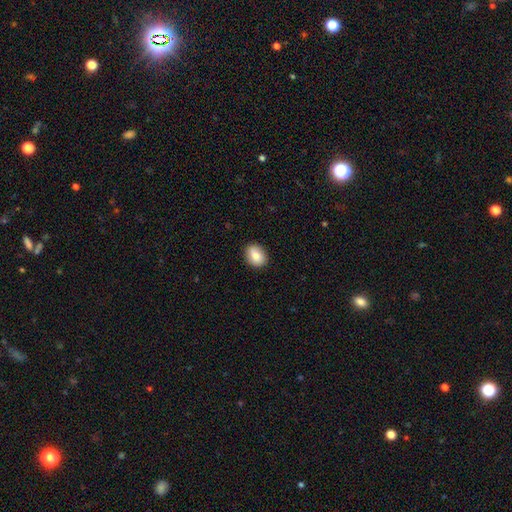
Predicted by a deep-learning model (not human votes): The model was most divided on "how rounded": in between: 60%, round: 39%, cigar-shaped: 1%. More confident: merging — none (88%); smooth or featured — smooth (83%).